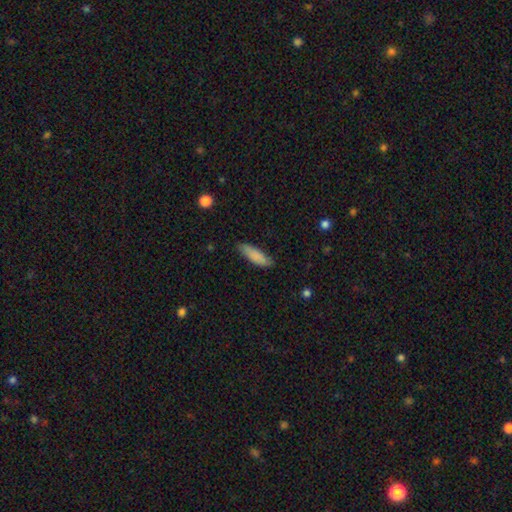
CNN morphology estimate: Q: Smooth or featured?
A: smooth (85%); runner-up: featured or disk (9%)
Q: How rounded?
A: cigar-shaped (50%); runner-up: in between (49%)
Q: Merging?
A: none (80%); runner-up: minor disturbance (16%)